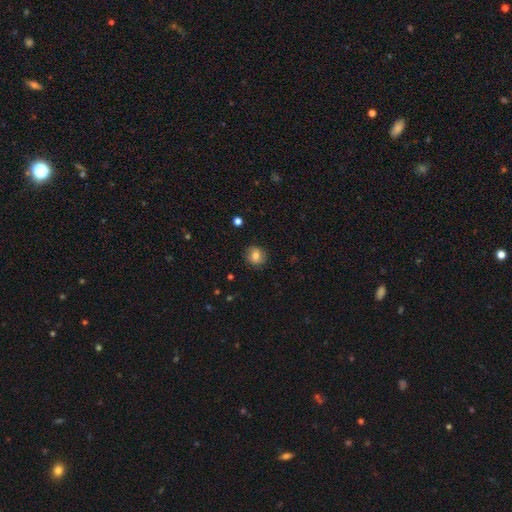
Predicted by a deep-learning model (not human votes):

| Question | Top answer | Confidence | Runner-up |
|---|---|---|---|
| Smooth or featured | smooth | 77% | featured or disk (12%) |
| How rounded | round | 86% | in between (13%) |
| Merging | none | 86% | minor disturbance (10%) |